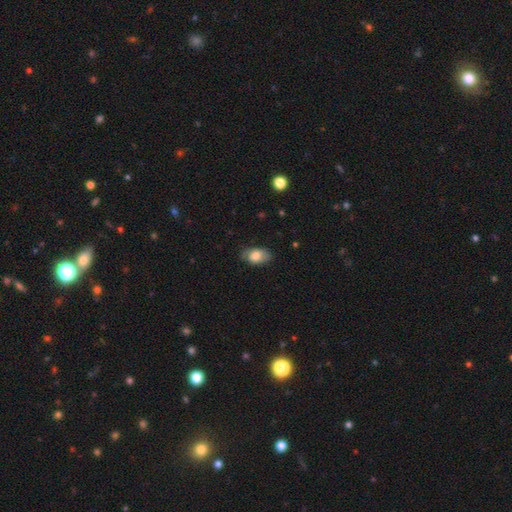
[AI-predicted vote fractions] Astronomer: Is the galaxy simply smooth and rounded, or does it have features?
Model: smooth — 74%.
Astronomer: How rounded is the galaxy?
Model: in between — 92%.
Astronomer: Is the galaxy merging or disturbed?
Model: none — 72%.